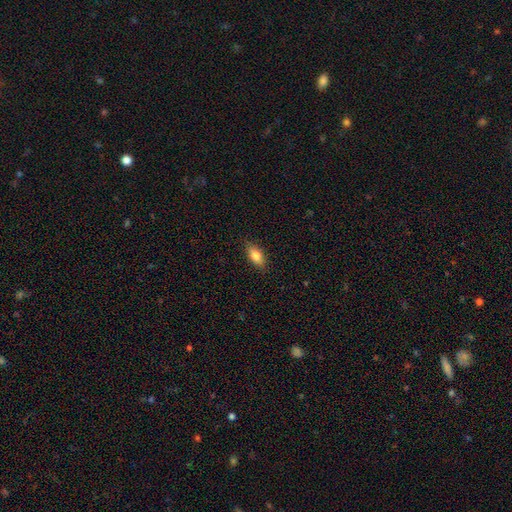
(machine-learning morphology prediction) A smooth galaxy with no disk features (79%) that is in between round and cigar-shaped (80%). Merging: none (84%).